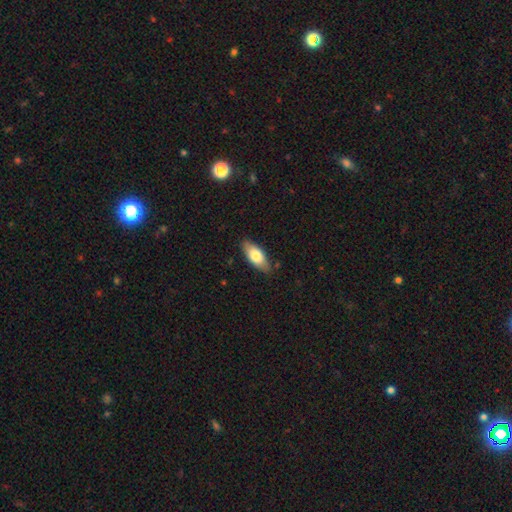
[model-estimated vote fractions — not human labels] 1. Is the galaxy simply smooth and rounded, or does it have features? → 75% smooth, 19% featured or disk, 6% star or artifact.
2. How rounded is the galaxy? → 83% in between, 14% cigar-shaped, 2% round.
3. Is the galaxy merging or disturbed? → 84% none, 13% minor disturbance, 2% major disturbance, 1% merger.